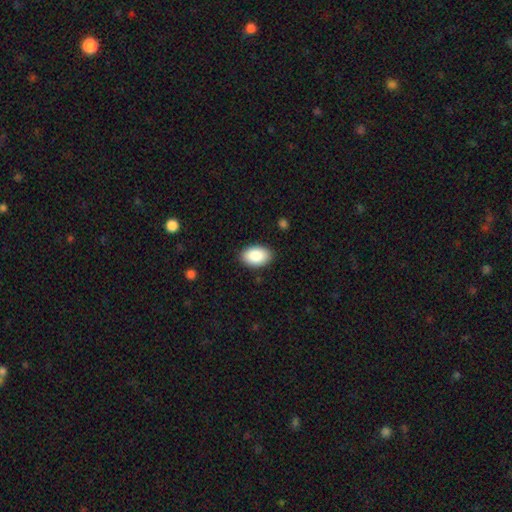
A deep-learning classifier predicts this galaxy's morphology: Smooth or featured: smooth — 90% (star or artifact — 6%)
How rounded: in between — 92% (round — 7%)
Merging: none — 89% (minor disturbance — 8%)